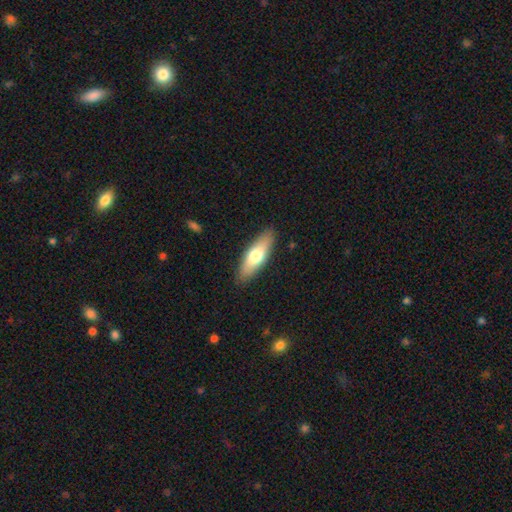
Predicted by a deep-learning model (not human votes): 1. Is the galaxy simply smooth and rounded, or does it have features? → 67% smooth, 28% featured or disk, 6% star or artifact.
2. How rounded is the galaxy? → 55% in between, 43% cigar-shaped, 2% round.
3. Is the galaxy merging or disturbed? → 88% none, 9% minor disturbance, 2% major disturbance, 1% merger.